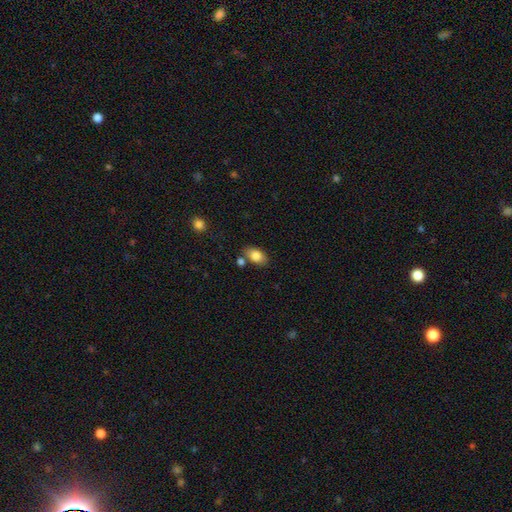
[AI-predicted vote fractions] The model was most divided on "merging": none: 72%, minor disturbance: 13%, merger: 11%, major disturbance: 3%. More confident: how rounded — in between (89%); smooth or featured — smooth (83%).